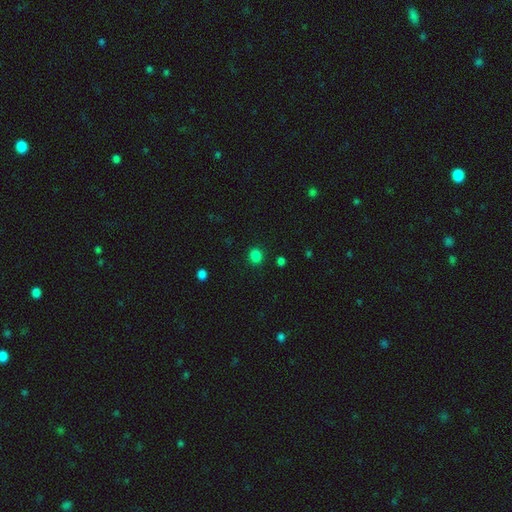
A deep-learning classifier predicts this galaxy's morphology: Overall: smooth (83%). How rounded: round (76%). Merging: none (88%).